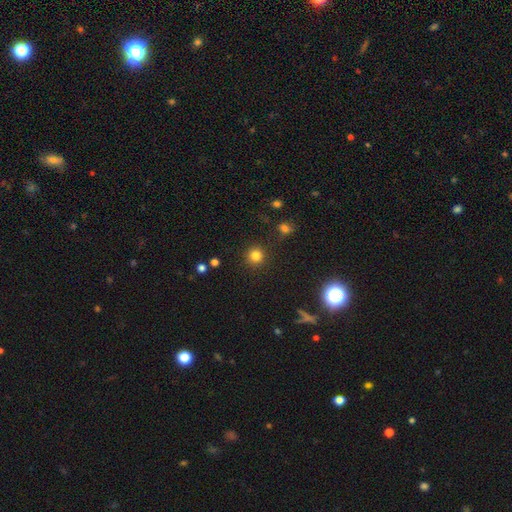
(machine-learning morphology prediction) Q: Smooth or featured?
A: smooth (80%); runner-up: star or artifact (15%)
Q: How rounded?
A: round (93%); runner-up: in between (6%)
Q: Merging?
A: none (88%); runner-up: minor disturbance (6%)